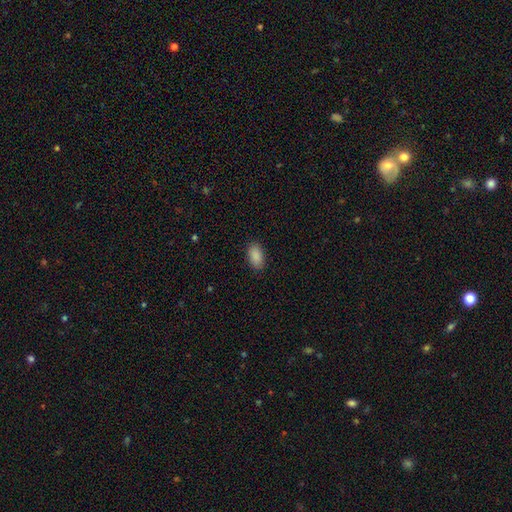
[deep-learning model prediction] The model was most divided on "merging": none: 88%, minor disturbance: 8%, major disturbance: 2%, merger: 1%. More confident: how rounded — in between (94%); smooth or featured — smooth (90%).